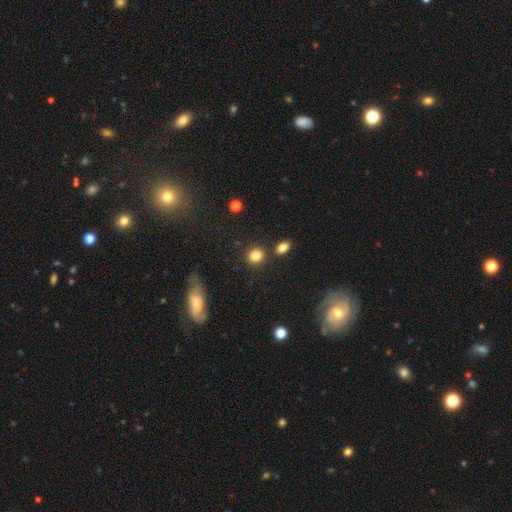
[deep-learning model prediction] Overall: smooth (84%). How rounded: round (67%; in between 32%). Merging: none (79%).